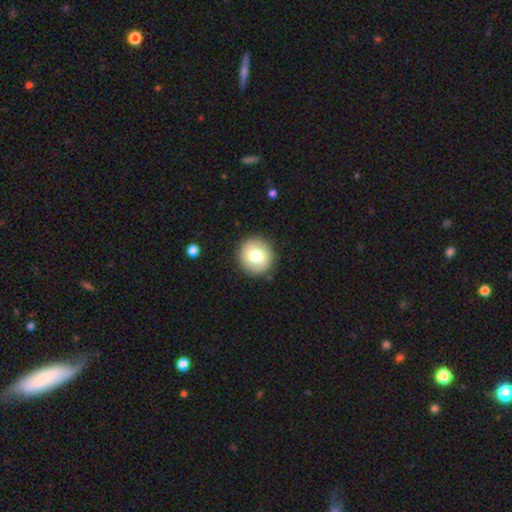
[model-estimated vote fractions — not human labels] A smooth galaxy with no disk features (74%) that is round (93%). Merging: none (90%).